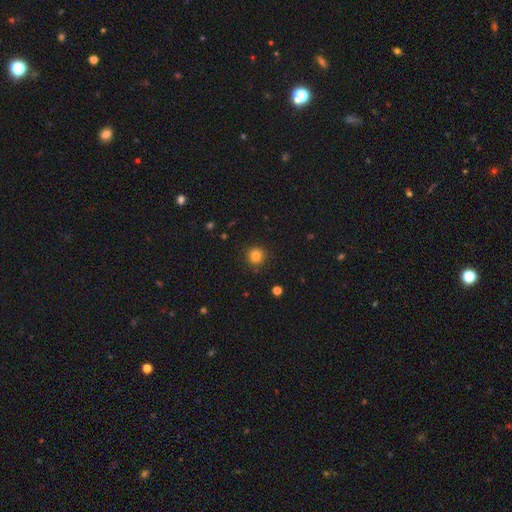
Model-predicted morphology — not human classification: smooth_or_featured: smooth (p=0.84) [alt: star or artifact p=0.12]
how_rounded: round (p=0.91) [alt: in between p=0.08]
merging: none (p=0.89) [alt: minor disturbance p=0.07]